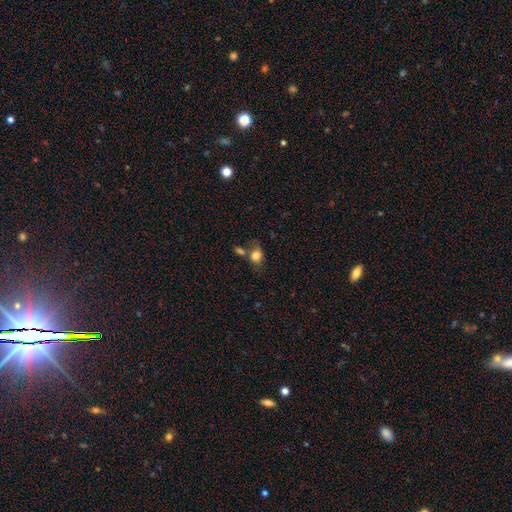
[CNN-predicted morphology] type=smooth (79%); roundness=in between (67%); merging=none (47%).